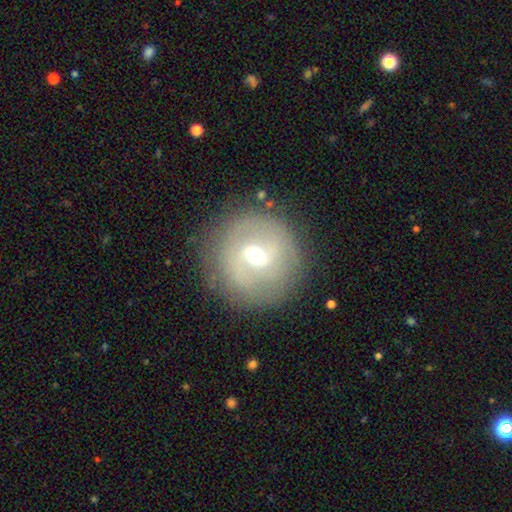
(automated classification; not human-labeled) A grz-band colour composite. It shows a featured or disk galaxy (56%) with a weak bar (53%), spiral arms (60%) and a moderate central bulge (60%). Merging: none (82%).